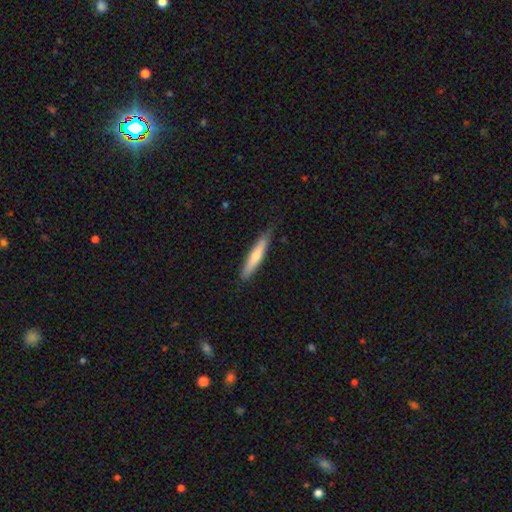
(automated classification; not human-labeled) Morphology: type=smooth (55%); roundness=cigar-shaped (92%); merging=none (84%).